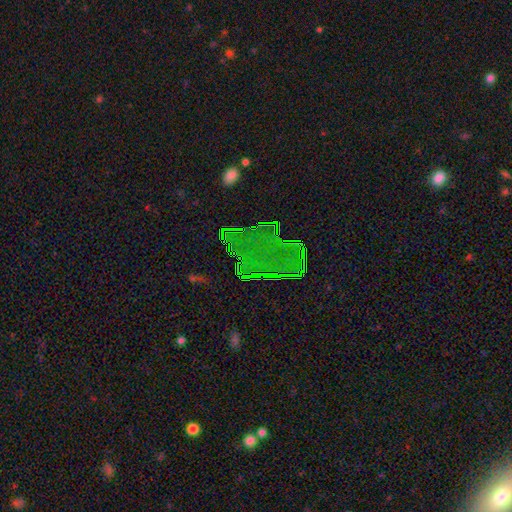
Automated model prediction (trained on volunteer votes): smooth-or-featured: star or artifact: 79% | smooth: 11% | featured or disk: 9%